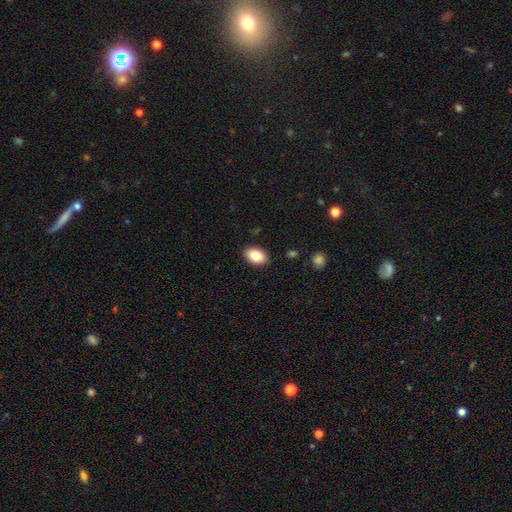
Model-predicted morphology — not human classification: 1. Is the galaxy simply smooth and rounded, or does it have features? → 85% smooth, 7% featured or disk, 7% star or artifact.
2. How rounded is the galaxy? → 88% in between, 11% round, 1% cigar-shaped.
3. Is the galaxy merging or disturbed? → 88% none, 9% minor disturbance, 2% major disturbance, 1% merger.